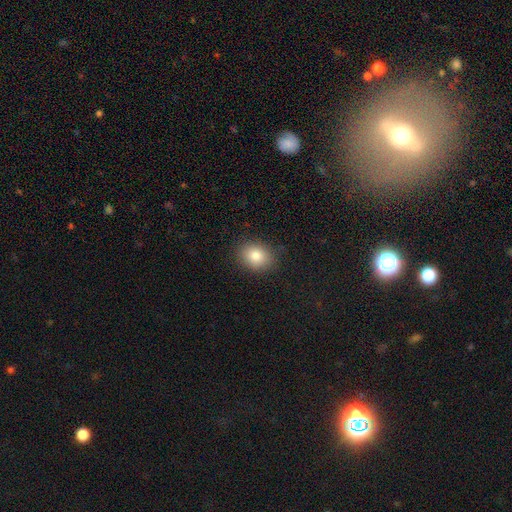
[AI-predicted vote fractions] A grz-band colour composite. It shows a smooth galaxy with no disk features (83%) that is in between round and cigar-shaped (57%). Merging: none (86%).